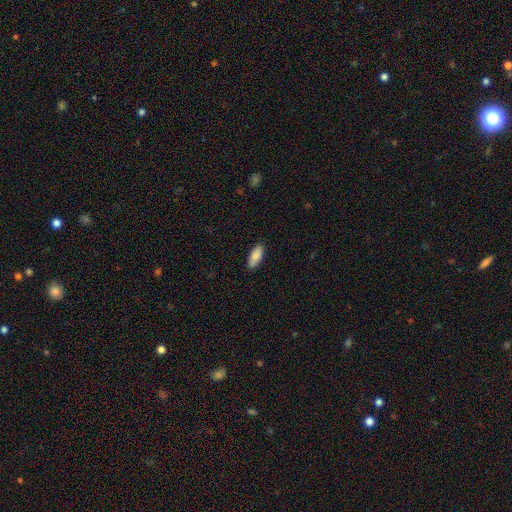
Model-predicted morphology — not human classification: smooth-or-featured: smooth: 86% | featured or disk: 8% | star or artifact: 6%
  how-rounded: in between: 73% | cigar-shaped: 26% | round: 2%
  merging: none: 84% | minor disturbance: 12% | major disturbance: 2% | merger: 2%